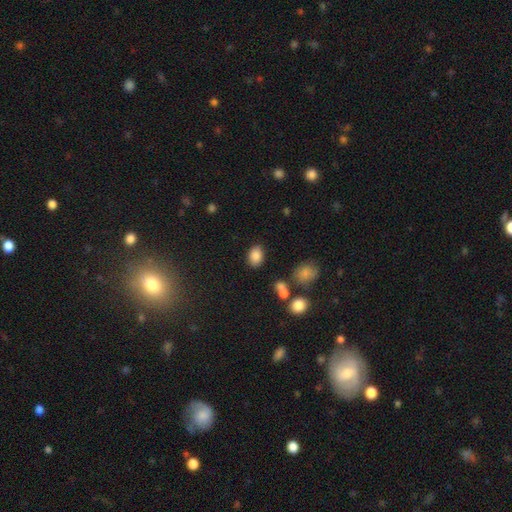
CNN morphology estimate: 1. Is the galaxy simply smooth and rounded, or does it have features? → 85% smooth, 10% star or artifact, 5% featured or disk.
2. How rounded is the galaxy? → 79% in between, 19% round, 1% cigar-shaped.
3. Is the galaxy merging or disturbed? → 82% none, 11% minor disturbance, 3% merger, 3% major disturbance.